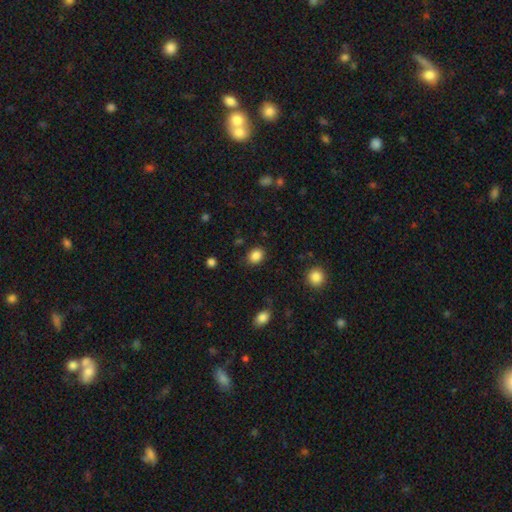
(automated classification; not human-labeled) Q: Smooth or featured?
A: smooth (86%); runner-up: star or artifact (10%)
Q: How rounded?
A: round (50%); runner-up: in between (49%)
Q: Merging?
A: none (85%); runner-up: minor disturbance (10%)